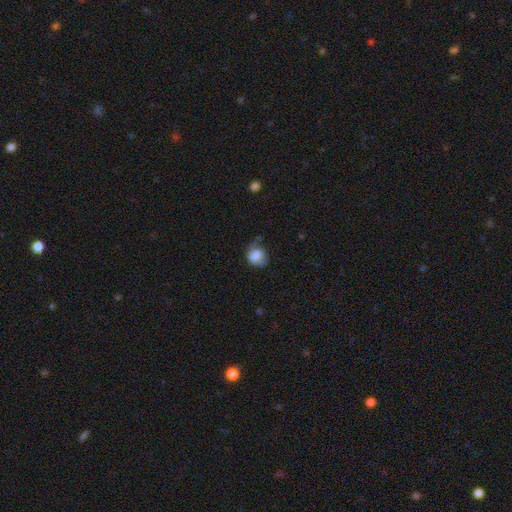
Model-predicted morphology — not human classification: smooth 77%, featured or disk 15%, star or artifact 9%. Down the decision tree: how rounded — round (62%); merging — none (40%).